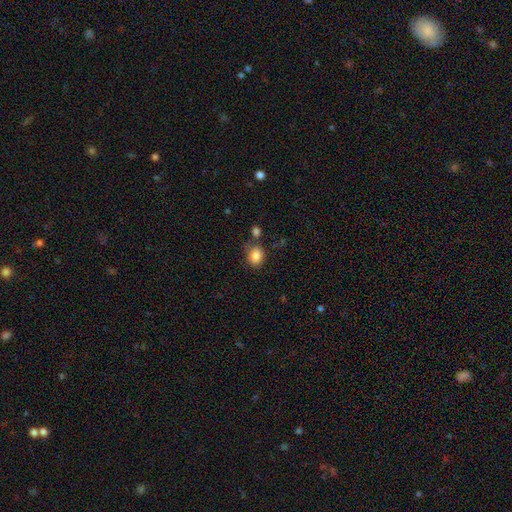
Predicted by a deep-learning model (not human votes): A smooth galaxy with no disk features (85%) that is round (50%). Merging: none (62%).